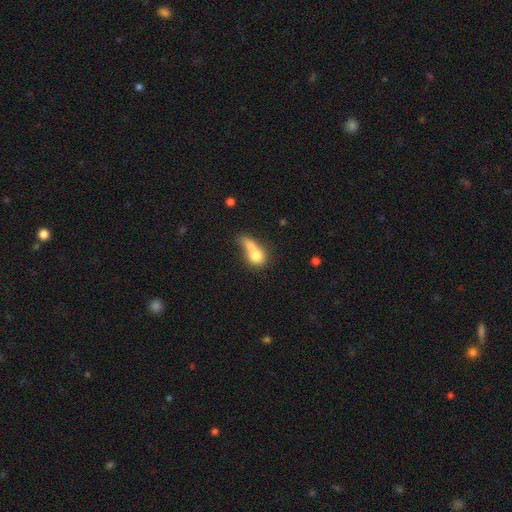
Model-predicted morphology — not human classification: Smooth or featured? smooth (70%)
How rounded? in between (47%)
Merging? merger (45%)